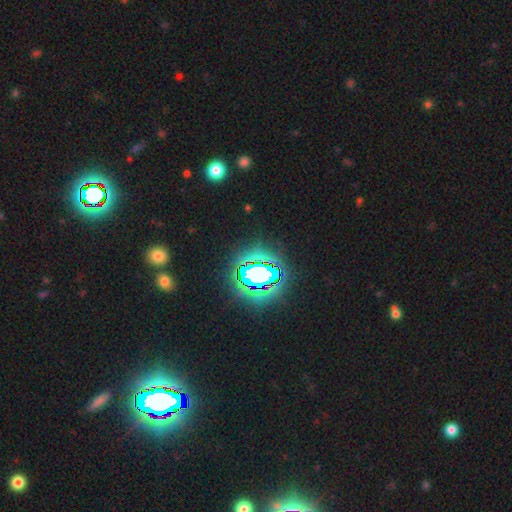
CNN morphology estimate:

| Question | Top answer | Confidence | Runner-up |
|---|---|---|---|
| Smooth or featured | star or artifact | 83% | smooth (10%) |